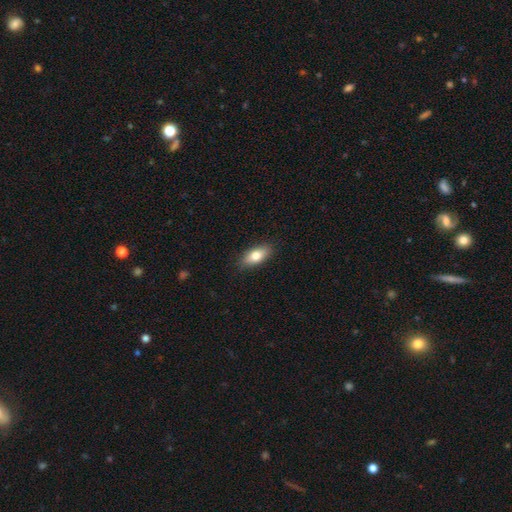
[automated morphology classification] smooth-or-featured: smooth: 77% | featured or disk: 16% | star or artifact: 7%
  how-rounded: in between: 84% | cigar-shaped: 12% | round: 4%
  merging: none: 88% | minor disturbance: 9% | major disturbance: 2% | merger: 1%